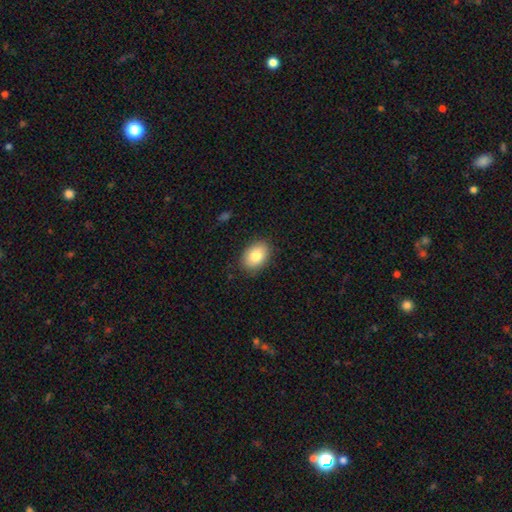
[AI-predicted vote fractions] Smooth or featured?
  - smooth: 82% *
  - featured or disk: 11%
  - star or artifact: 8%
How rounded?
  - in between: 79% *
  - round: 20%
  - cigar-shaped: 1%
Merging?
  - none: 86% *
  - minor disturbance: 11%
  - major disturbance: 2%
  - merger: 1%